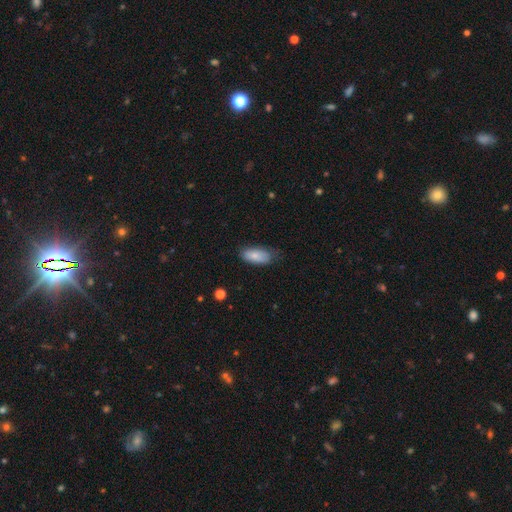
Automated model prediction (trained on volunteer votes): smooth-or-featured: smooth: 83% | featured or disk: 10% | star or artifact: 7%
  how-rounded: in between: 89% | cigar-shaped: 9% | round: 2%
  merging: none: 63% | minor disturbance: 30% | major disturbance: 6% | merger: 1%